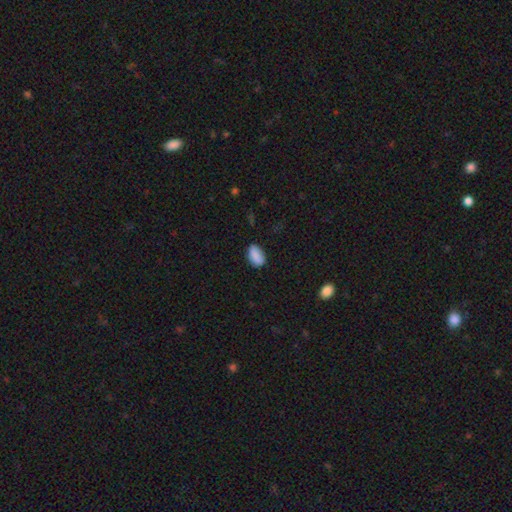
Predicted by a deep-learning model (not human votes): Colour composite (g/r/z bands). It shows a smooth galaxy with no disk features (88%) that is in between round and cigar-shaped (92%). Merging: none (79%).